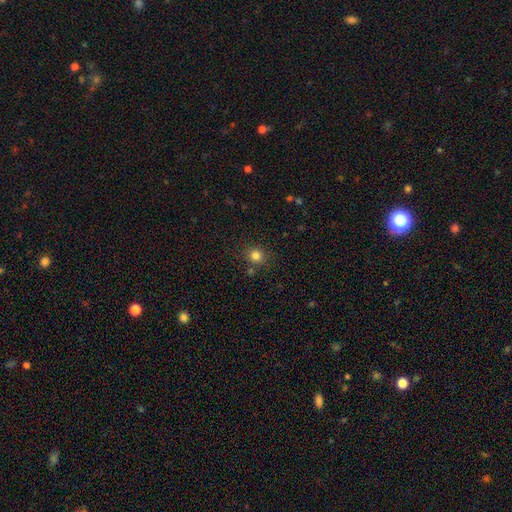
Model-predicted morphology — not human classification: This is clearly a smooth galaxy (82%). How rounded: clearly round (84%). Merging: clearly none (82%).